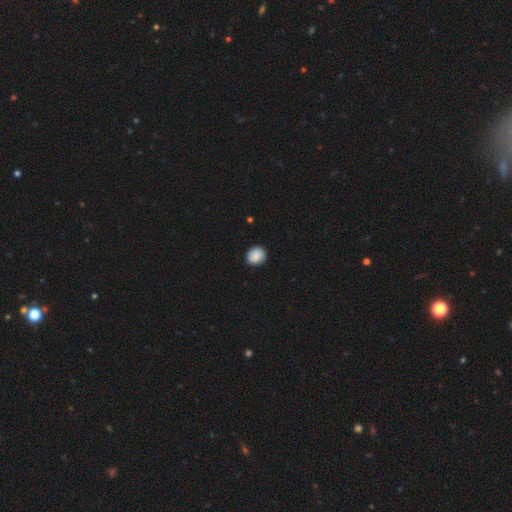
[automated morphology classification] Smooth or featured?
  - smooth: 89% *
  - star or artifact: 7%
  - featured or disk: 4%
How rounded?
  - round: 68% *
  - in between: 31%
  - cigar-shaped: 1%
Merging?
  - none: 87% *
  - minor disturbance: 10%
  - major disturbance: 2%
  - merger: 1%